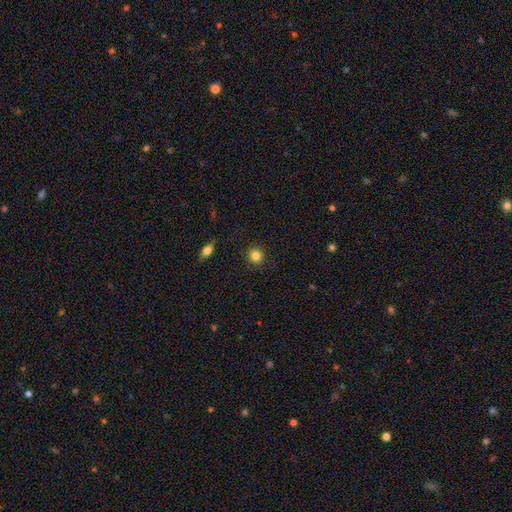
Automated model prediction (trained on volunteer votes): Smooth or featured? smooth (83%)
How rounded? round (93%)
Merging? none (91%)